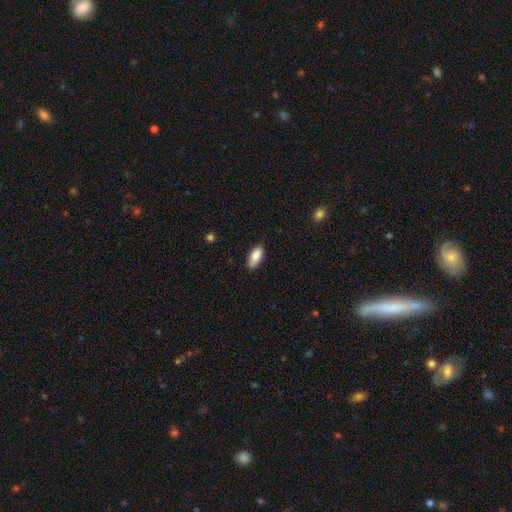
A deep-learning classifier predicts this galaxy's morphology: This appears to be a smooth galaxy with no disk features (86%) that is in between round and cigar-shaped (85%). Merging: none (80%).